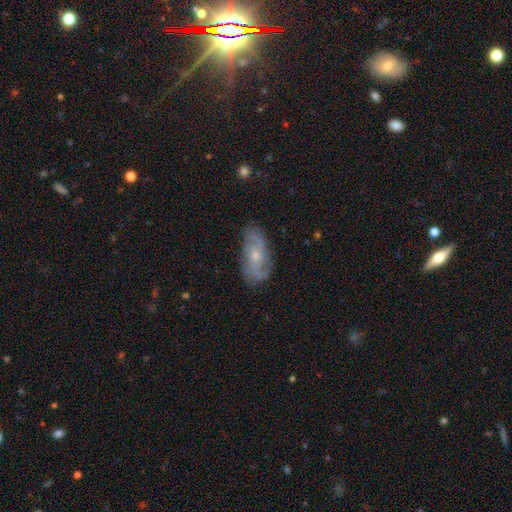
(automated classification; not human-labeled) smooth_or_featured: featured or disk (p=0.75) [alt: smooth p=0.18]
disk_edge_on: no (p=0.94) [alt: yes p=0.06]
bar: no (p=0.69) [alt: weak p=0.26]
has_spiral_arms: yes (p=0.92) [alt: no p=0.08]
spiral_winding: medium (p=0.44) [alt: loose p=0.29]
spiral_arm_count: 2 (p=0.55) [alt: can't tell p=0.18]
bulge_size: small (p=0.61) [alt: moderate p=0.35]
merging: none (p=0.75) [alt: minor disturbance p=0.18]